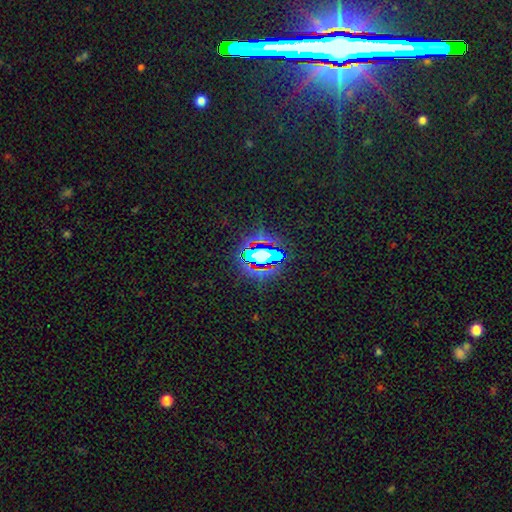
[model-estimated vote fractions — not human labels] Smooth or featured?
  - star or artifact: 64% *
  - smooth: 23%
  - featured or disk: 14%